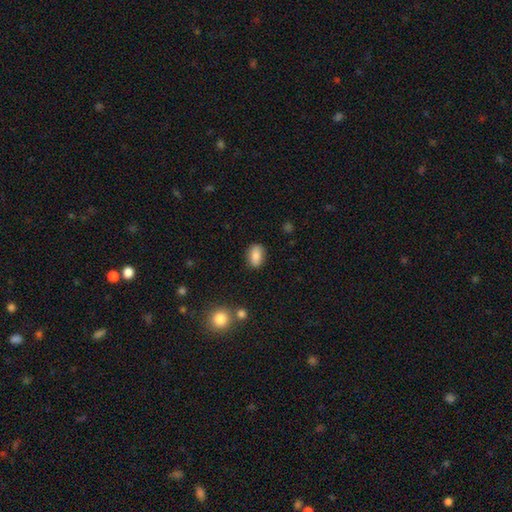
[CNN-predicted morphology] Smooth or featured? smooth (84%)
How rounded? in between (85%)
Merging? none (85%)